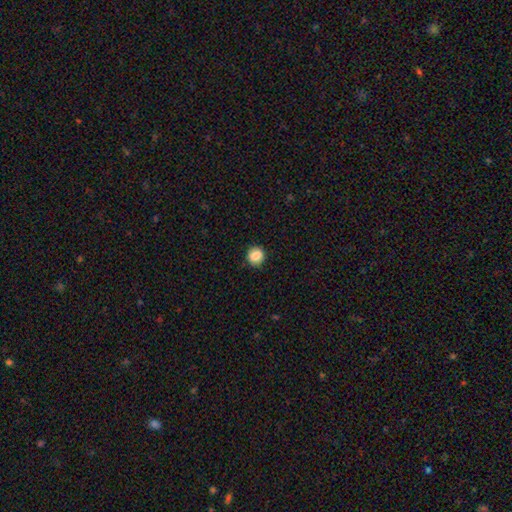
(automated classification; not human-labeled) Overall: smooth (84%). How rounded: round (82%). Merging: none (87%).